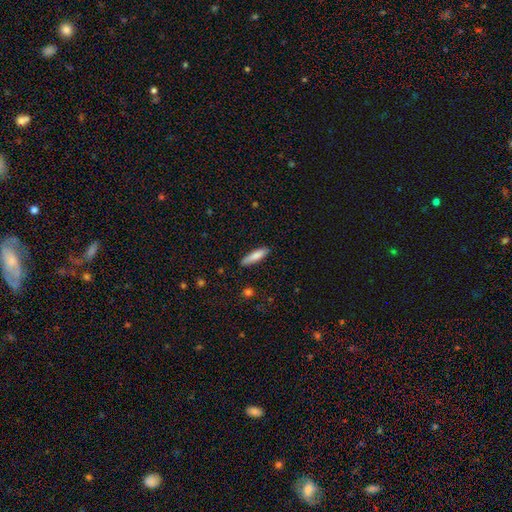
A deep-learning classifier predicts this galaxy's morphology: A smooth galaxy with no disk features (81%) that is cigar-shaped (67%).

Vote fractions:
- Smooth or featured? smooth: 81% / featured or disk: 13% / star or artifact: 6%
- How rounded? cigar-shaped: 67% / in between: 32% / round: 1%
- Merging? none: 84% / minor disturbance: 13% / major disturbance: 2% / merger: 1%